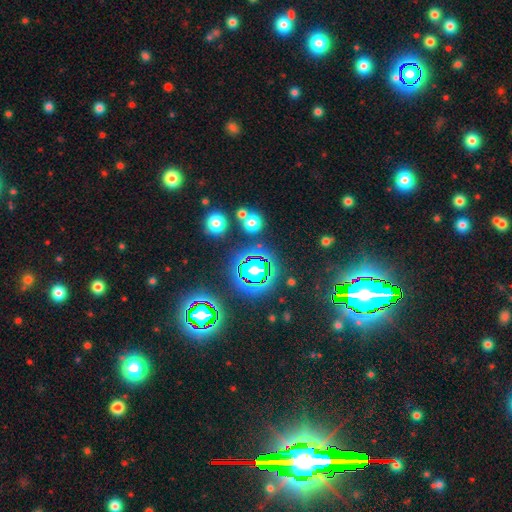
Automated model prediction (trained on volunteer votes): Smooth or featured? star or artifact (81%)